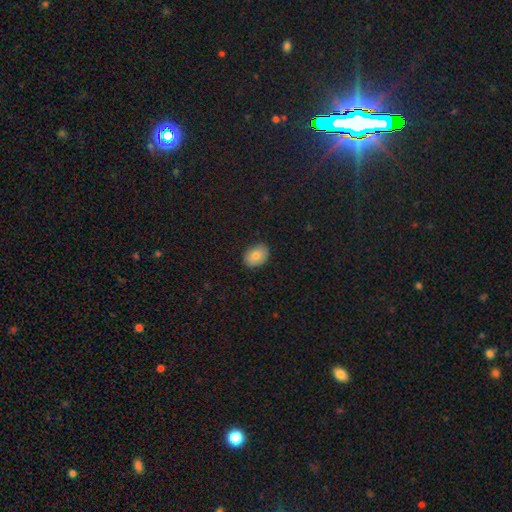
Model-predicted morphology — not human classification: type=smooth (81%); roundness=in between (78%); merging=none (87%).